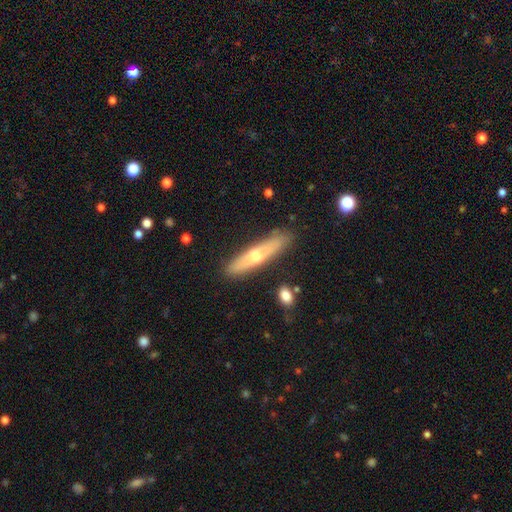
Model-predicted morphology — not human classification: smooth-or-featured: smooth: 47% (tied) | featured or disk: 47% (tied) | star or artifact: 6%
  merging: none: 85% | minor disturbance: 10% | merger: 2% | major disturbance: 2%